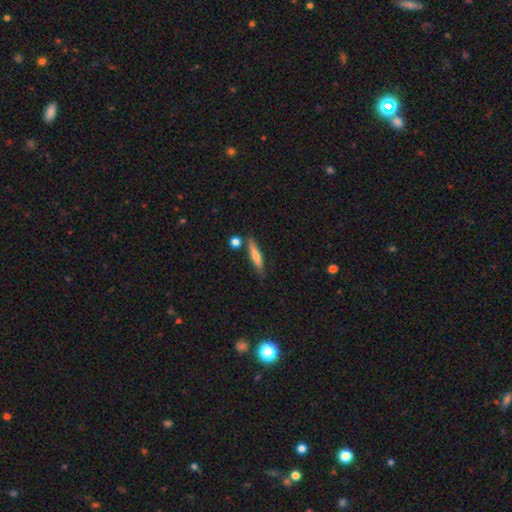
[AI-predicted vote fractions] A smooth galaxy with no disk features (58%) that is cigar-shaped (87%). Merging: none (77%).